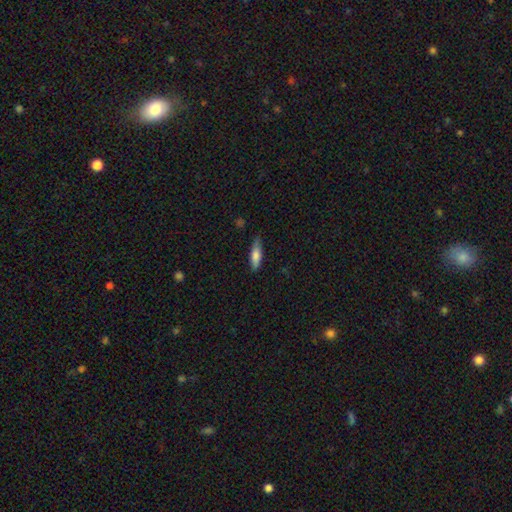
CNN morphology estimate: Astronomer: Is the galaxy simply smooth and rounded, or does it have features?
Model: smooth — 73%.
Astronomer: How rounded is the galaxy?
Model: cigar-shaped — 55% (runner-up: in between, 43%).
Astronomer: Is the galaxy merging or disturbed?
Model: none — 74%.